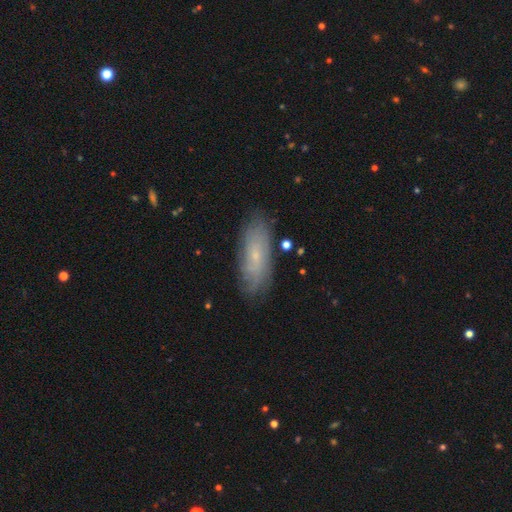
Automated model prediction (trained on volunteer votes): smooth-or-featured: featured or disk: 48% | smooth: 44% | star or artifact: 8%
  merging: none: 80% | minor disturbance: 15% | major disturbance: 3% | merger: 2%